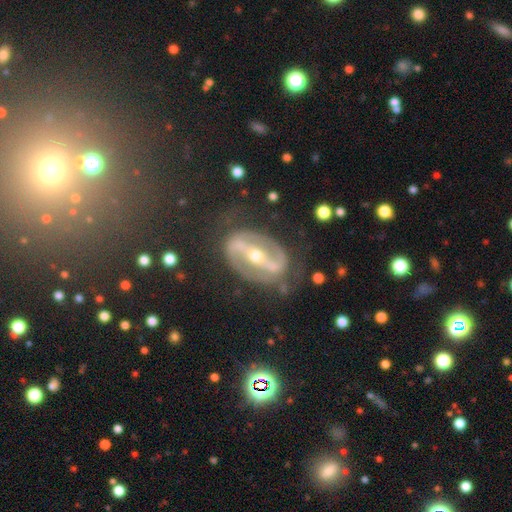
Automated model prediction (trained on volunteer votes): Overall: featured or disk (87%). Edge-on disk: no (94%). Bar: strong (72%). Spiral arms: yes (83%). Spiral arm count: 2 (89%). Spiral winding: medium (43%; tight 31%). Bulge size: moderate (51%; small 46%). Merging: none (77%).